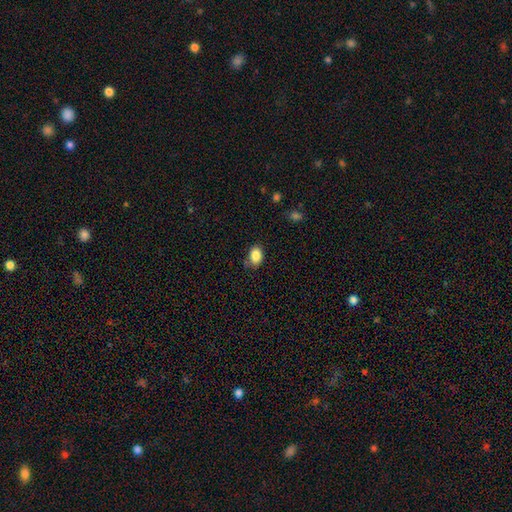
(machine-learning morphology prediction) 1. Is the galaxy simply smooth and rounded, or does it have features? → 87% smooth, 8% star or artifact, 5% featured or disk.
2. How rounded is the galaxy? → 82% in between, 17% round, 1% cigar-shaped.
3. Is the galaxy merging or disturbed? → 72% none, 21% minor disturbance, 4% major disturbance, 3% merger.